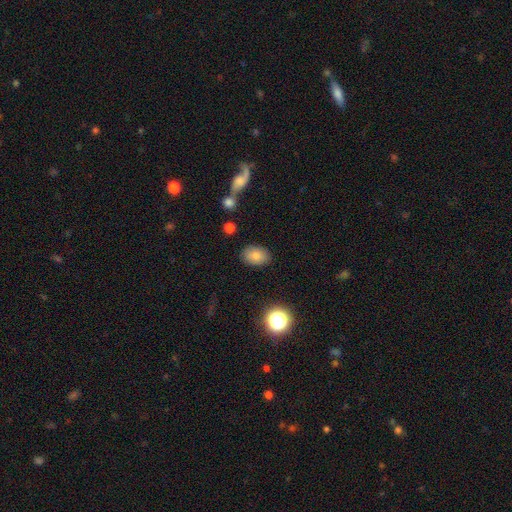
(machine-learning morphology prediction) Smooth or featured?
  - smooth: 82% *
  - star or artifact: 10%
  - featured or disk: 8%
How rounded?
  - in between: 84% *
  - round: 15%
  - cigar-shaped: 1%
Merging?
  - none: 84% *
  - minor disturbance: 11%
  - major disturbance: 3%
  - merger: 2%